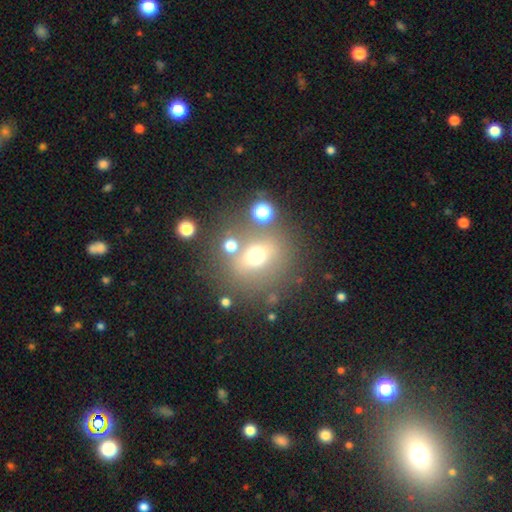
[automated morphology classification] The model was most divided on "smooth or featured": smooth: 57%, featured or disk: 23%, star or artifact: 20%. More confident: how rounded — round (75%); merging — none (71%).